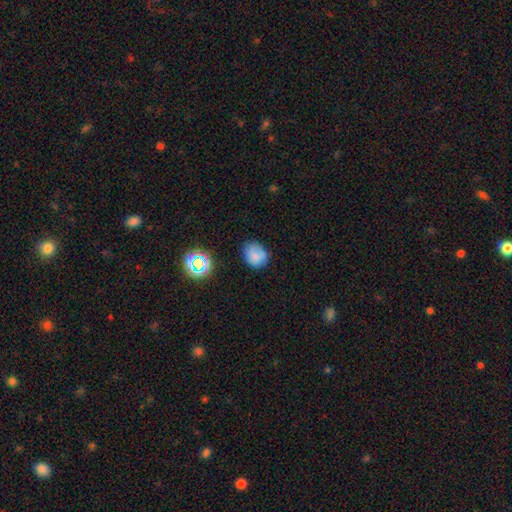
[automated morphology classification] smooth 71%, star or artifact 14%, featured or disk 14%. Down the decision tree: how rounded — round (59%); merging — none (64%).